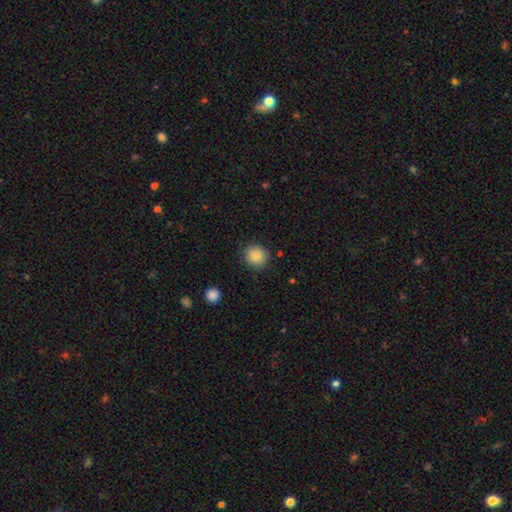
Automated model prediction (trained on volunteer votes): Q: Smooth or featured?
A: smooth (87%); runner-up: star or artifact (9%)
Q: How rounded?
A: round (87%); runner-up: in between (12%)
Q: Merging?
A: none (88%); runner-up: minor disturbance (8%)